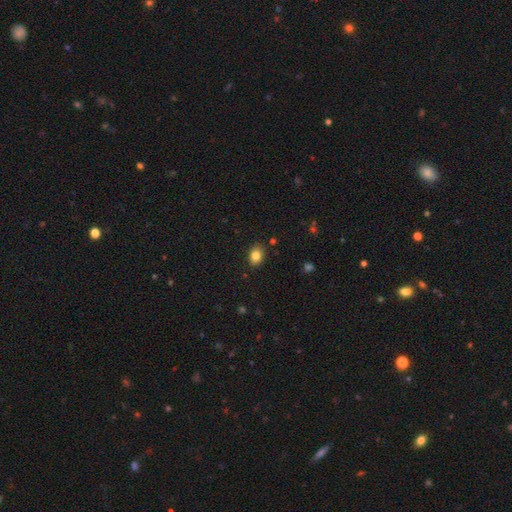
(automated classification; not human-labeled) Overall: smooth (83%). How rounded: in between (67%; round 32%). Merging: none (86%).